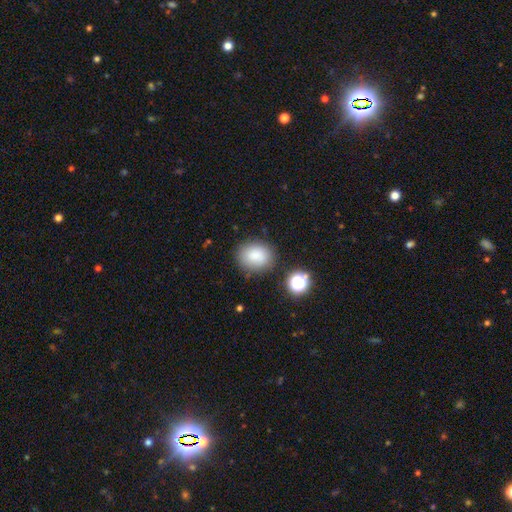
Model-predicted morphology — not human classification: Overall: smooth (83%). How rounded: round (55%; in between 44%). Merging: none (79%).